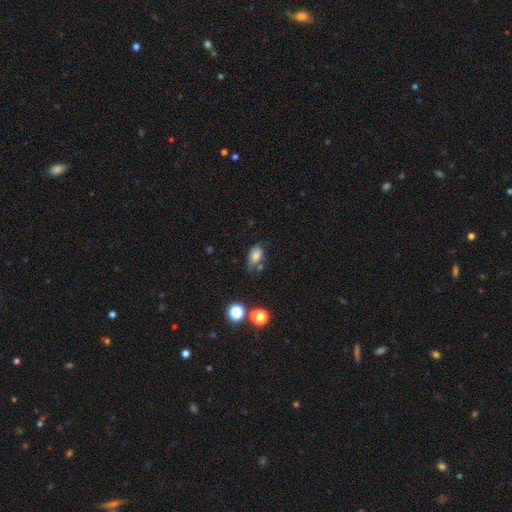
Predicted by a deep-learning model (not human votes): Smooth or featured?
  - smooth: 75% *
  - featured or disk: 13%
  - star or artifact: 12%
How rounded?
  - in between: 87% *
  - round: 10%
  - cigar-shaped: 3%
Merging?
  - none: 48% *
  - minor disturbance: 33%
  - major disturbance: 11%
  - merger: 8%